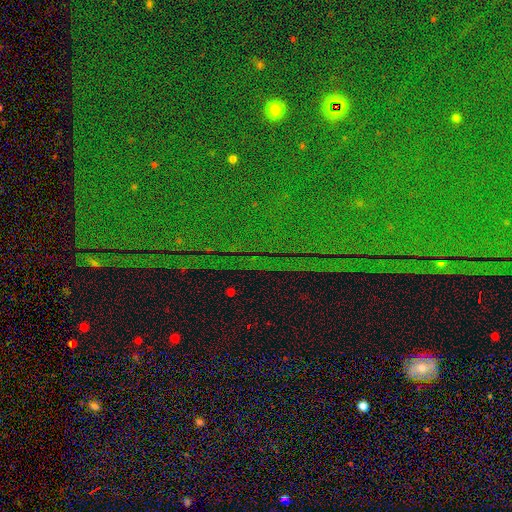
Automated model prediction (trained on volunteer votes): Overall: star or artifact (85%).